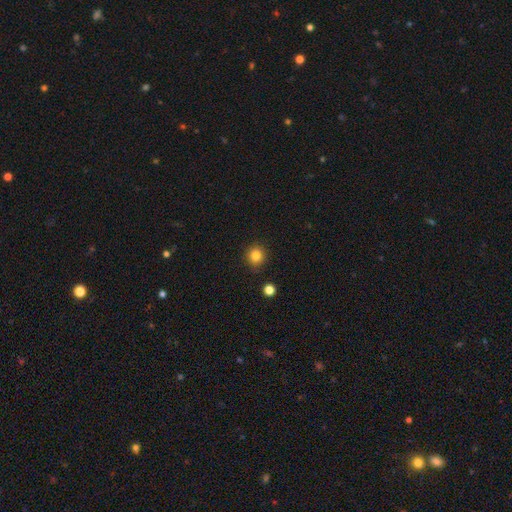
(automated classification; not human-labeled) This appears to be a smooth galaxy with no disk features (84%) that is round (91%). Merging: none (89%).